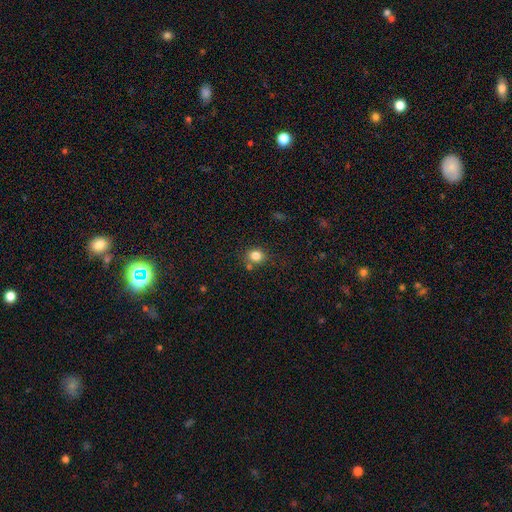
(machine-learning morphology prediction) Q: Smooth or featured?
A: smooth (82%); runner-up: star or artifact (12%)
Q: How rounded?
A: round (71%); runner-up: in between (28%)
Q: Merging?
A: none (73%); runner-up: minor disturbance (13%)